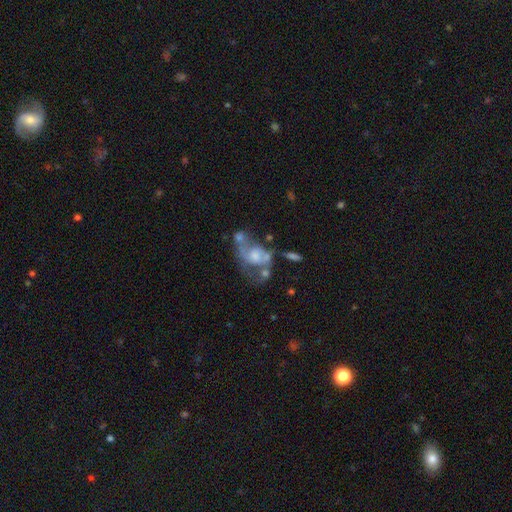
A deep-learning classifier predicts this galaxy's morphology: The model was most divided on "merging": merger: 32%, major disturbance: 30%, none: 22%, minor disturbance: 16%. Remaining: edge-on disk — no (96%); bar — no (77%); smooth or featured — featured or disk (58%); spiral arms — no (53%); bulge size — moderate (40%).